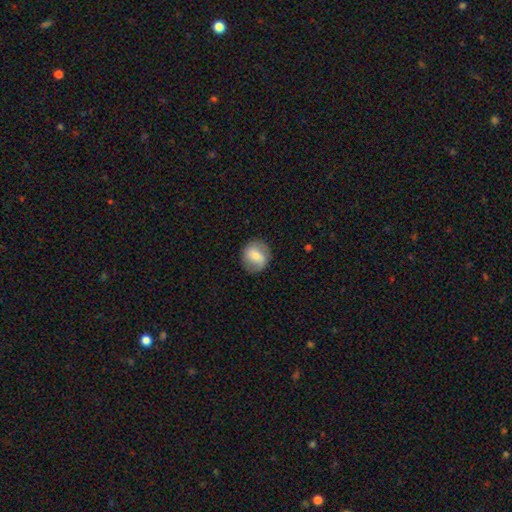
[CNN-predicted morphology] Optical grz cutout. It shows a smooth galaxy with no disk features (60%) that is round (83%). Merging: none (84%).